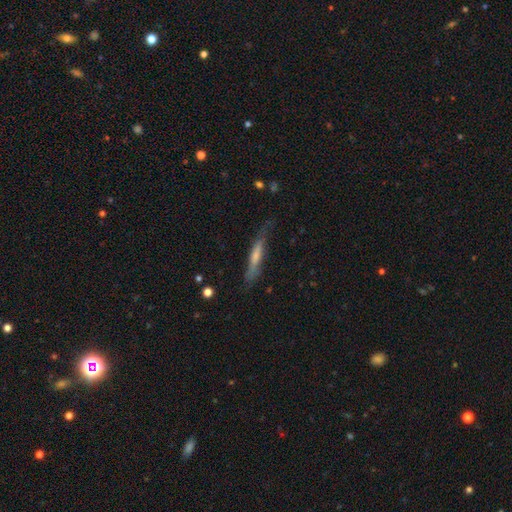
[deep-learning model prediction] This is possibly a featured or disk galaxy (48%). Merging: likely none (68%).